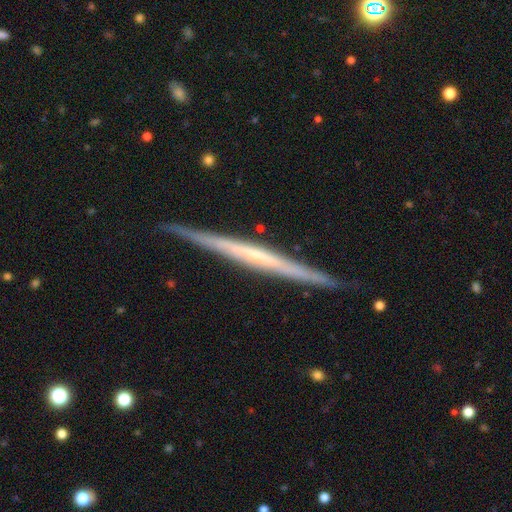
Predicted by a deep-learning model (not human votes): This appears to be a featured or disk galaxy (72%) viewed edge-on (98%) with no central bulge (75%). Merging: none (89%).